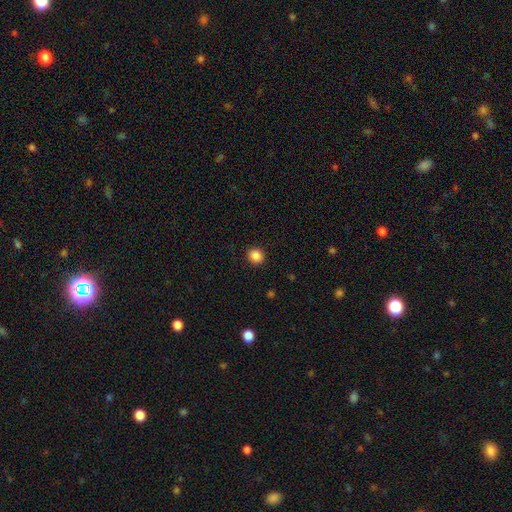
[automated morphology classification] This appears to be a smooth galaxy with no disk features (87%) that is round (84%). Merging: none (91%).